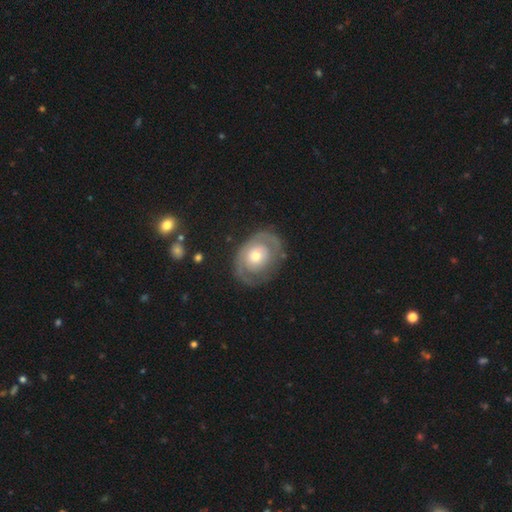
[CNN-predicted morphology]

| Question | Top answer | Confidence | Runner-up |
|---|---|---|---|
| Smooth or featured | featured or disk | 69% | smooth (26%) |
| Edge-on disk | no | 96% | yes (4%) |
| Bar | no | 81% | weak (16%) |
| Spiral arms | yes | 67% | no (33%) |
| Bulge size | moderate | 61% | small (29%) |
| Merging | none | 70% | minor disturbance (18%) |